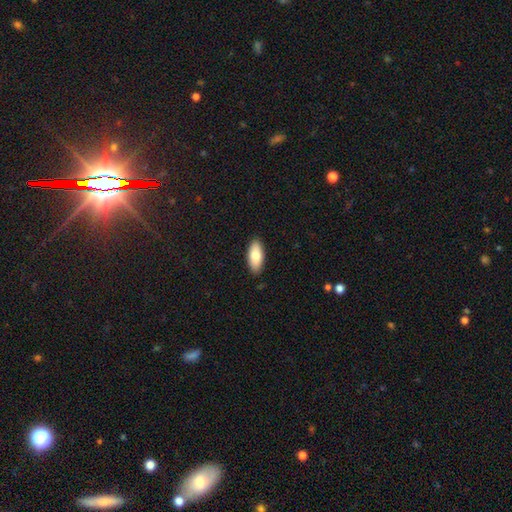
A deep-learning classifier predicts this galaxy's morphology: The model was most divided on "smooth or featured": smooth: 80%, featured or disk: 14%, star or artifact: 6%. More confident: merging — none (89%); how rounded — in between (85%).